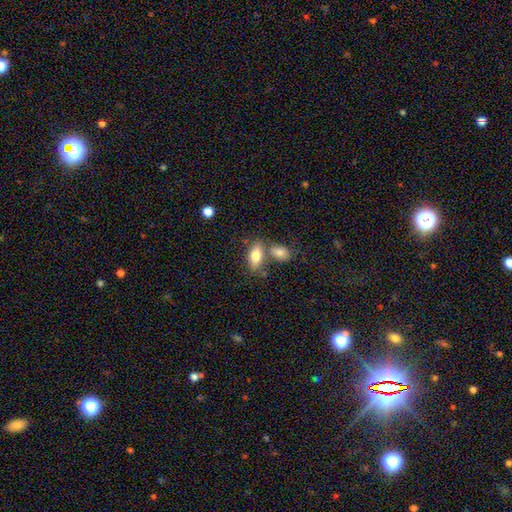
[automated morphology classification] smooth 79%, featured or disk 14%, star or artifact 7%. Down the decision tree: how rounded — in between (86%); merging — none (50%).